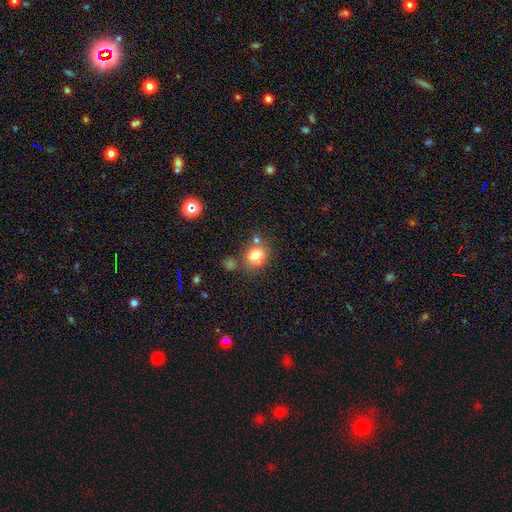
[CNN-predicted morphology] Smooth or featured?
  - smooth: 77% *
  - star or artifact: 12%
  - featured or disk: 11%
How rounded?
  - round: 68% *
  - in between: 31%
  - cigar-shaped: 1%
Merging?
  - none: 66% *
  - merger: 15%
  - minor disturbance: 14%
  - major disturbance: 5%